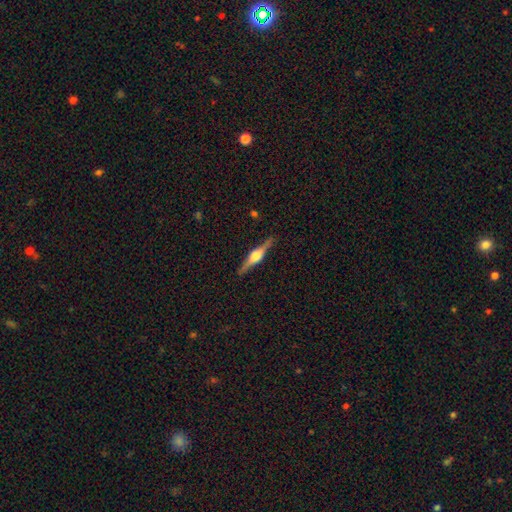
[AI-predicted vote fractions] Smooth or featured?
  - featured or disk: 81% *
  - smooth: 14%
  - star or artifact: 5%
Edge-on disk?
  - yes: 98% *
  - no: 2%
Edge-on bulge?
  - rounded: 93% *
  - boxy: 6%
  - none: 2%
Merging?
  - none: 90% *
  - minor disturbance: 7%
  - major disturbance: 2%
  - merger: 1%